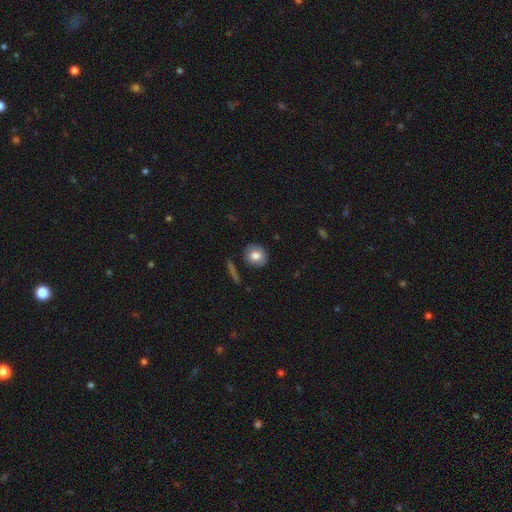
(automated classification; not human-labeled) A smooth galaxy with no disk features (78%) that is round (83%). Merging: none (85%).